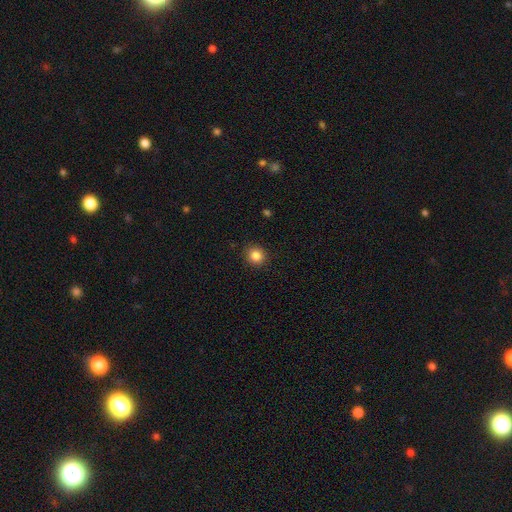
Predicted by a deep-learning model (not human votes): This is clearly a smooth galaxy (84%). How rounded: clearly round (90%). Merging: clearly none (91%).